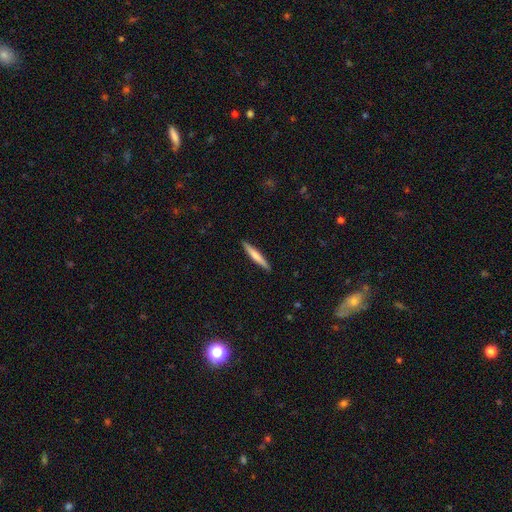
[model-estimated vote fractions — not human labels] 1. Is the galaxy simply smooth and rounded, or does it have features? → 64% smooth, 31% featured or disk, 5% star or artifact.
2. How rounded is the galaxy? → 95% cigar-shaped, 4% in between, 1% round.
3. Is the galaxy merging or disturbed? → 91% none, 7% minor disturbance, 1% major disturbance, 1% merger.